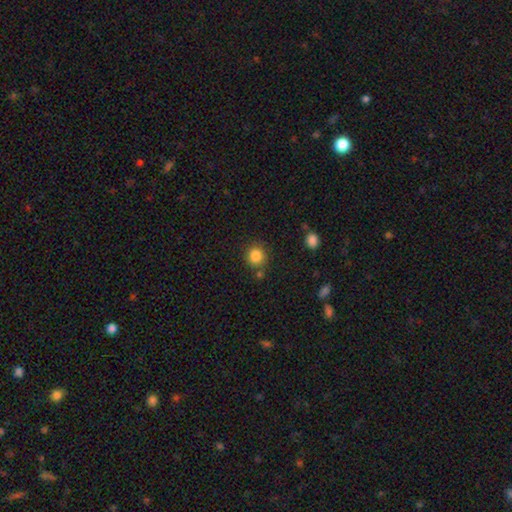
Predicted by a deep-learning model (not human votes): Smooth or featured? Predicted: smooth (p=0.85). How rounded? Predicted: round (p=0.86). Merging? Predicted: none (p=0.78).